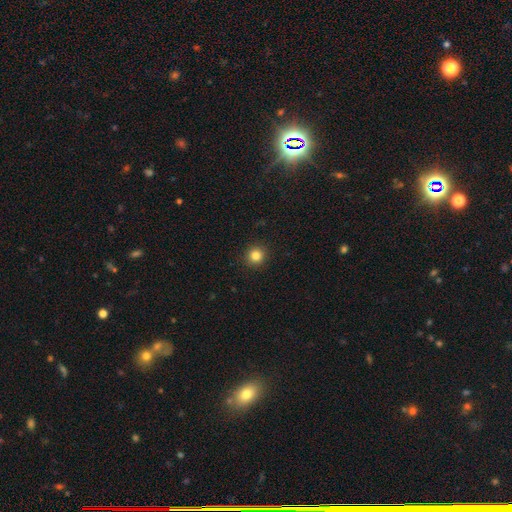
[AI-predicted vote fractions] smooth-or-featured: smooth: 83% | star or artifact: 12% | featured or disk: 5%
  how-rounded: round: 94% | in between: 5% | cigar-shaped: 1%
  merging: none: 93% | minor disturbance: 5% | major disturbance: 2% | merger: 1%